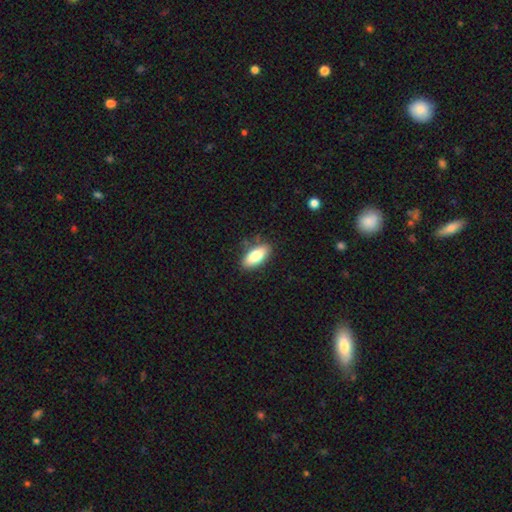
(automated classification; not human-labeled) A smooth galaxy with no disk features (80%) that is in between round and cigar-shaped (82%). Merging: none (82%).